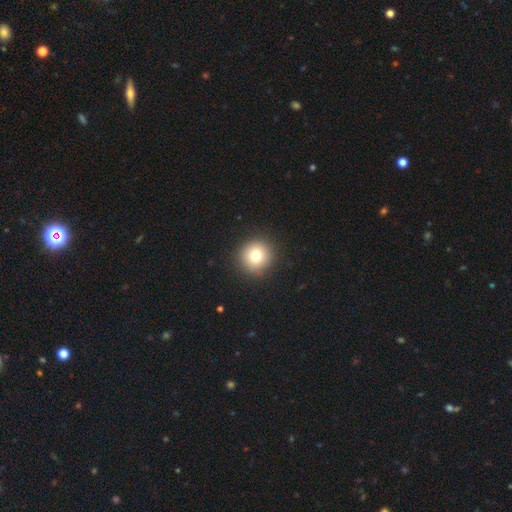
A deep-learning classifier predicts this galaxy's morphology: The model was most divided on "smooth or featured": smooth: 77%, star or artifact: 12%, featured or disk: 11%. More confident: how rounded — round (94%); merging — none (90%).